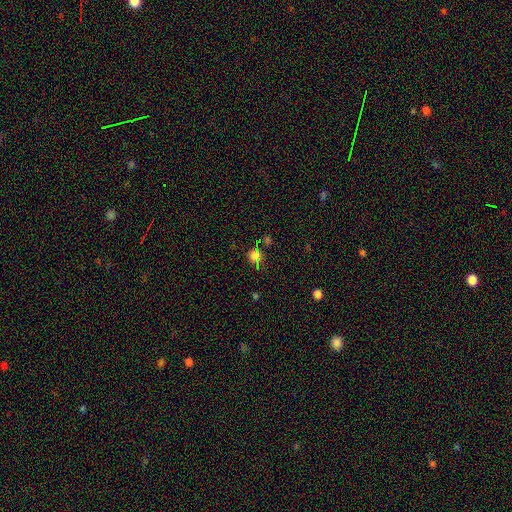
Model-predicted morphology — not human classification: smooth_or_featured: smooth (p=0.53) [alt: star or artifact p=0.39]
how_rounded: round (p=0.83) [alt: in between p=0.15]
merging: none (p=0.78) [alt: minor disturbance p=0.11]